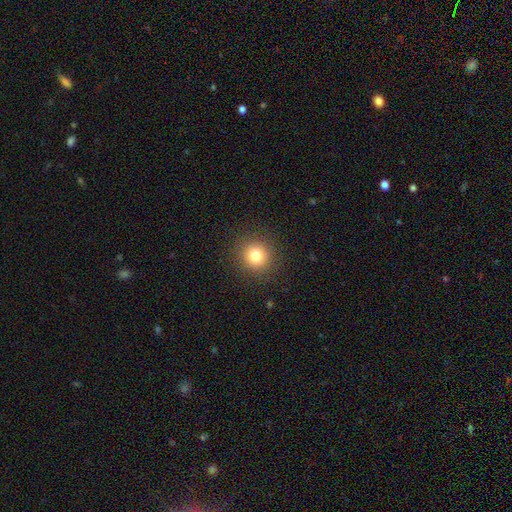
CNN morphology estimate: Smooth or featured?
  - smooth: 80% *
  - star or artifact: 13%
  - featured or disk: 7%
How rounded?
  - round: 93% *
  - in between: 6%
  - cigar-shaped: 1%
Merging?
  - none: 90% *
  - minor disturbance: 6%
  - major disturbance: 3%
  - merger: 1%